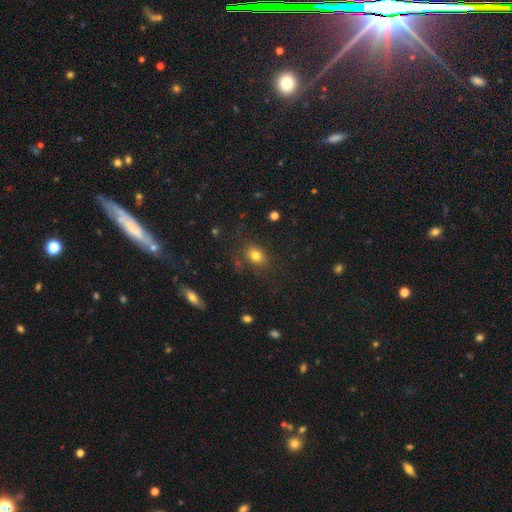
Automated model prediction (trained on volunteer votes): smooth-or-featured: smooth: 79% | star or artifact: 12% | featured or disk: 9%
  how-rounded: in between: 61% | round: 37% | cigar-shaped: 1%
  merging: none: 78% | minor disturbance: 14% | major disturbance: 5% | merger: 3%